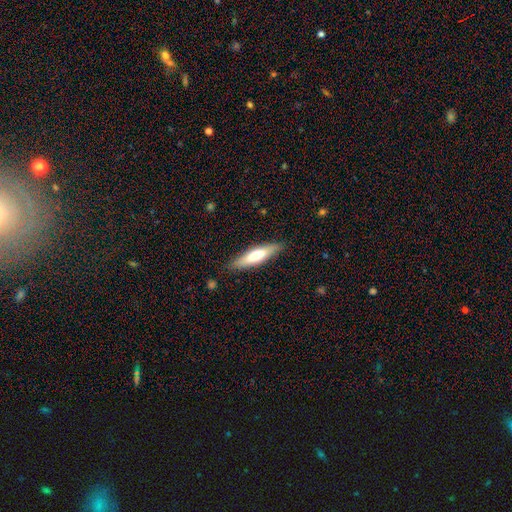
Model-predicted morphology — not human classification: Smooth or featured: smooth — 60% (featured or disk — 35%)
How rounded: cigar-shaped — 74% (in between — 25%)
Merging: none — 87% (minor disturbance — 10%)